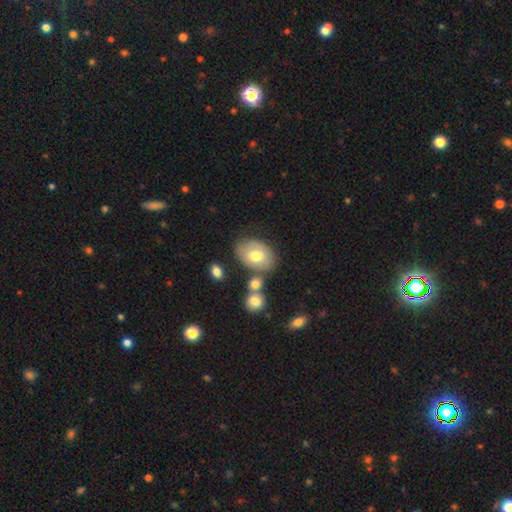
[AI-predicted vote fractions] The model was most divided on "smooth or featured": smooth: 60%, featured or disk: 32%, star or artifact: 7%. More confident: how rounded — in between (80%); merging — none (61%).